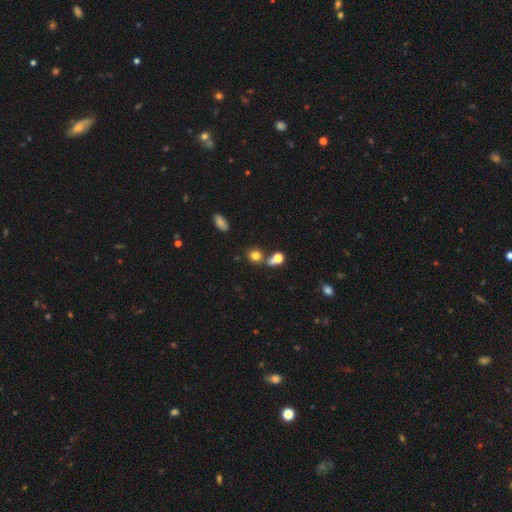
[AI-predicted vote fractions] A smooth galaxy with no disk features (78%) that is round (81%).

Vote fractions:
- Smooth or featured? smooth: 78% / star or artifact: 13% / featured or disk: 8%
- How rounded? round: 81% / in between: 18% / cigar-shaped: 1%
- Merging? none: 56% / merger: 32% / minor disturbance: 8% / major disturbance: 4%